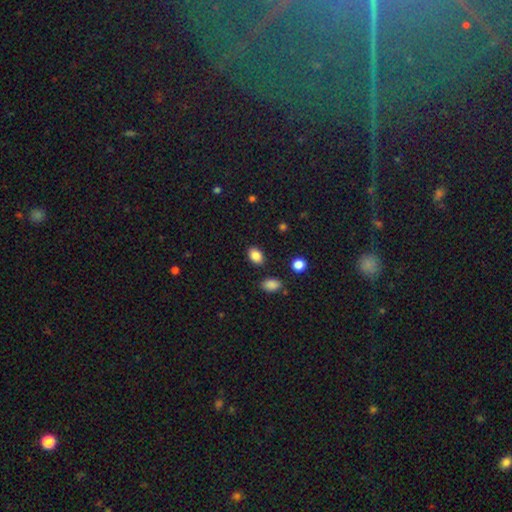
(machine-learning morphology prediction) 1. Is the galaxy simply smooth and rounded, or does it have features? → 86% smooth, 10% star or artifact, 5% featured or disk.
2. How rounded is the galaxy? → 80% in between, 19% round, 1% cigar-shaped.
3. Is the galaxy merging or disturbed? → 85% none, 9% minor disturbance, 3% merger, 3% major disturbance.